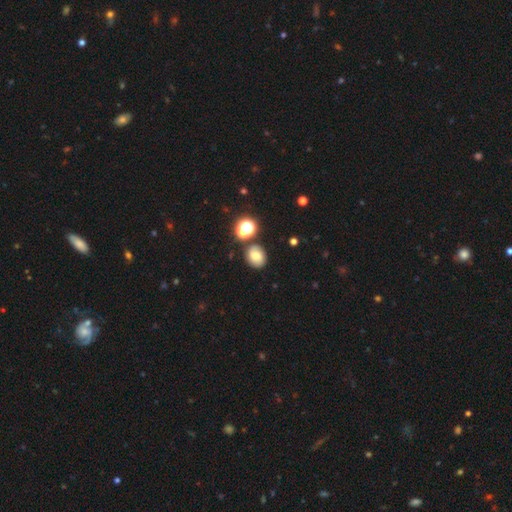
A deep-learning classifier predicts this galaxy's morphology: smooth-or-featured: smooth: 66% | star or artifact: 18% | featured or disk: 17%
  how-rounded: round: 58% | in between: 41% | cigar-shaped: 1%
  merging: none: 77% | minor disturbance: 11% | merger: 8% | major disturbance: 3%